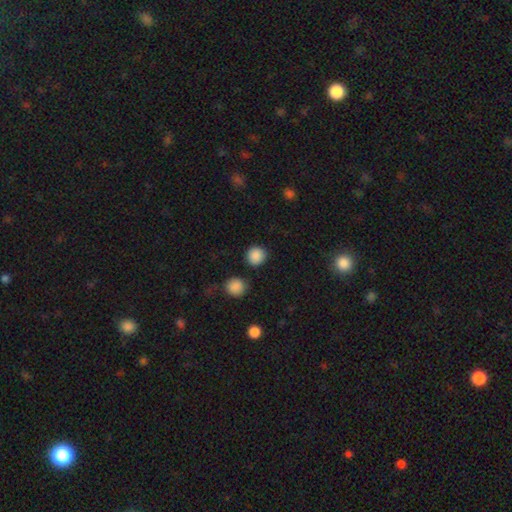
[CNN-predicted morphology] This appears to be a smooth galaxy with no disk features (87%) that is round (91%). Merging: none (85%).